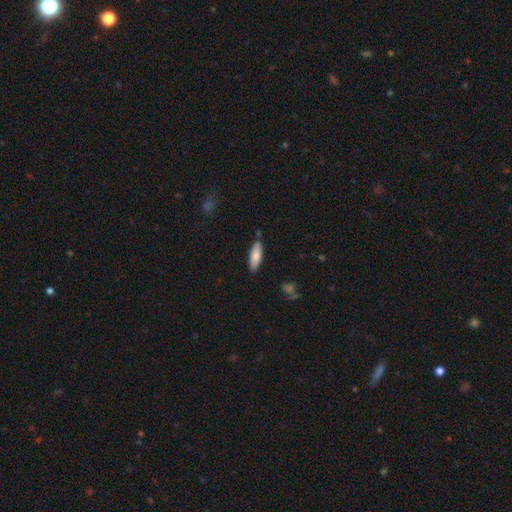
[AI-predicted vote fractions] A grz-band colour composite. It shows a smooth galaxy with no disk features (80%) that is in between round and cigar-shaped (54%). Merging: none (85%).